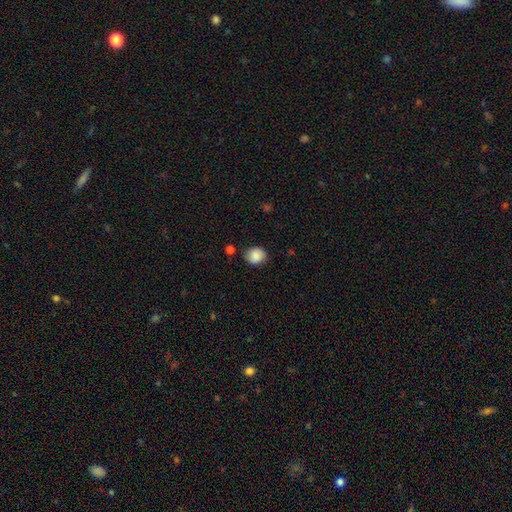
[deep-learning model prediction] A smooth galaxy with no disk features (87%) that is round (69%).

Vote fractions:
- Smooth or featured? smooth: 87% / star or artifact: 8% / featured or disk: 5%
- How rounded? round: 69% / in between: 30% / cigar-shaped: 1%
- Merging? none: 79% / minor disturbance: 14% / major disturbance: 3% / merger: 3%